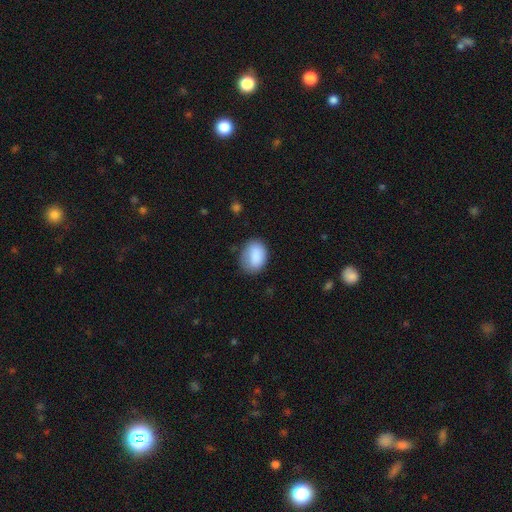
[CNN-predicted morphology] A smooth galaxy with no disk features (86%) that is in between round and cigar-shaped (74%). Merging: none (69%).